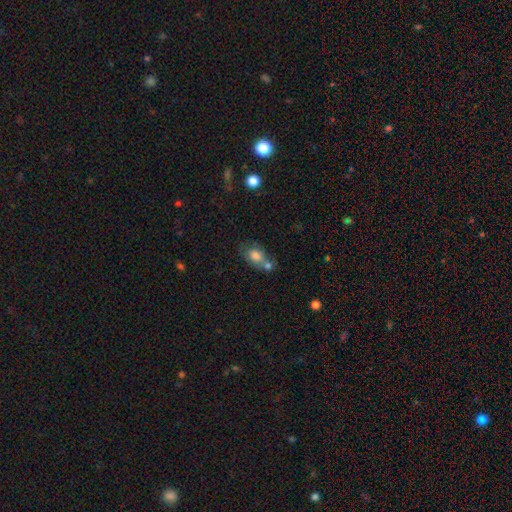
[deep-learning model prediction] The model was most divided on "merging": merger: 43%, none: 34%, minor disturbance: 16%, major disturbance: 7%. More confident: smooth or featured — smooth (75%); how rounded — in between (70%).